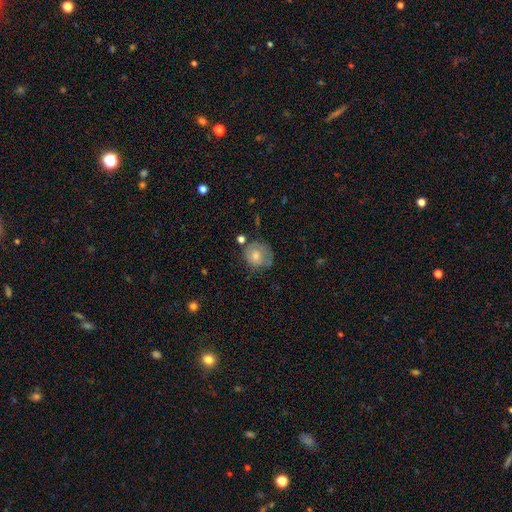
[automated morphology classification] Overall: smooth (57%; featured or disk 31%). How rounded: round (78%). Merging: none (61%; minor disturbance 25%).